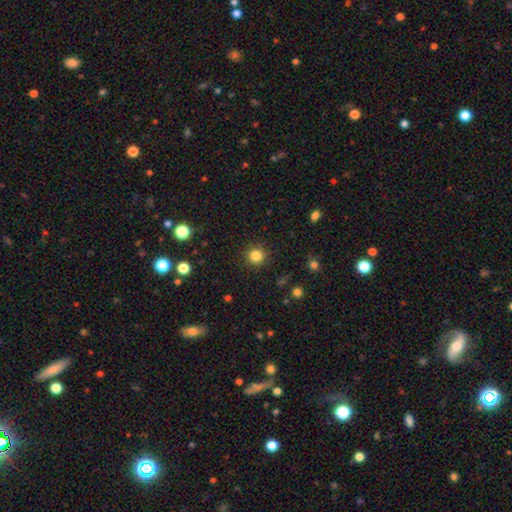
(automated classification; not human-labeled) A smooth galaxy with no disk features (84%) that is round (93%).

Vote fractions:
- Smooth or featured? smooth: 84% / star or artifact: 12% / featured or disk: 4%
- How rounded? round: 93% / in between: 6% / cigar-shaped: 1%
- Merging? none: 91% / minor disturbance: 6% / major disturbance: 2% / merger: 1%